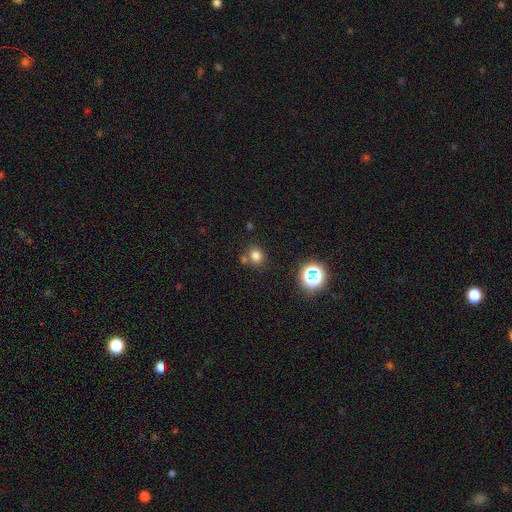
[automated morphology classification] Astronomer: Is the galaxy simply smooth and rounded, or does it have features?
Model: smooth — 75%.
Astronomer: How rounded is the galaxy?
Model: round — 79%.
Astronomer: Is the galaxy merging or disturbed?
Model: none — 71%.